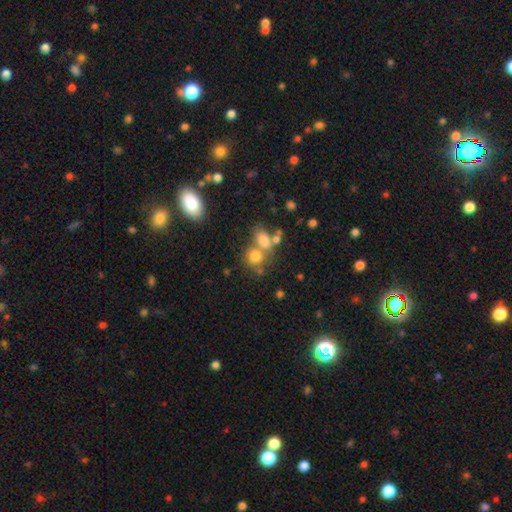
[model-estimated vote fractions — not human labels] smooth_or_featured: smooth (p=0.75) [alt: star or artifact p=0.13]
how_rounded: round (p=0.57) [alt: in between p=0.41]
merging: merger (p=0.45) [alt: none p=0.39]